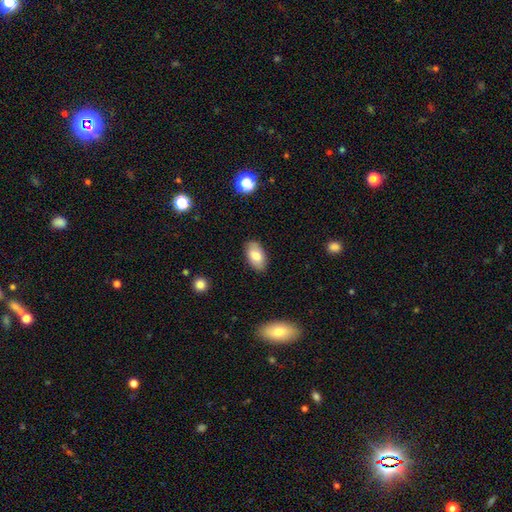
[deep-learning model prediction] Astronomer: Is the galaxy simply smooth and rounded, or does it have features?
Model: smooth — 81%.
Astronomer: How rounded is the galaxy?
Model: in between — 94%.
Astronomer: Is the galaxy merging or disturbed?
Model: none — 86%.